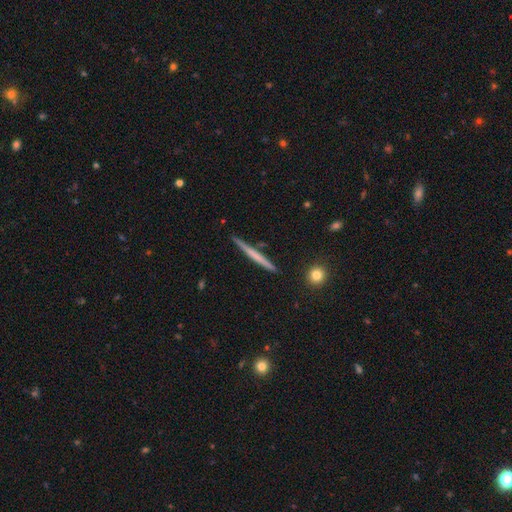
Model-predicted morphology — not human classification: A featured or disk galaxy (48%).

Vote fractions:
- Smooth or featured? featured or disk: 48% / smooth: 47% / star or artifact: 5%
- Merging? none: 88% / minor disturbance: 9% / merger: 2% / major disturbance: 1%